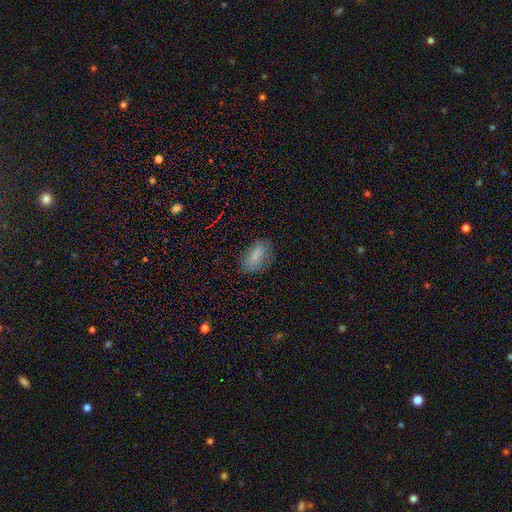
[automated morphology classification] Overall: smooth (78%). How rounded: in between (84%). Merging: none (76%).